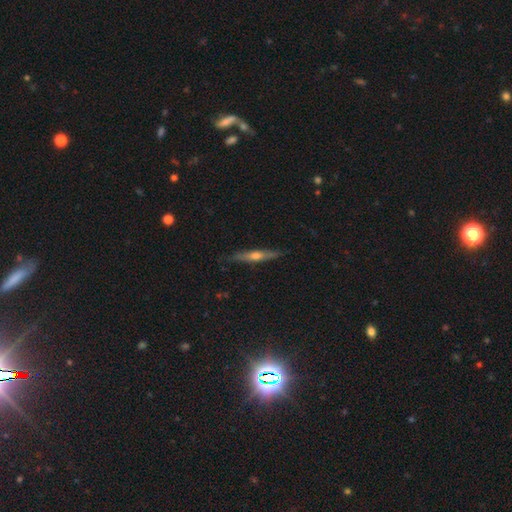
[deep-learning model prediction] Smooth or featured?
  - featured or disk: 54% *
  - smooth: 40%
  - star or artifact: 6%
Edge-on disk?
  - yes: 92% *
  - no: 8%
Merging?
  - none: 84% *
  - minor disturbance: 13%
  - major disturbance: 2%
  - merger: 1%